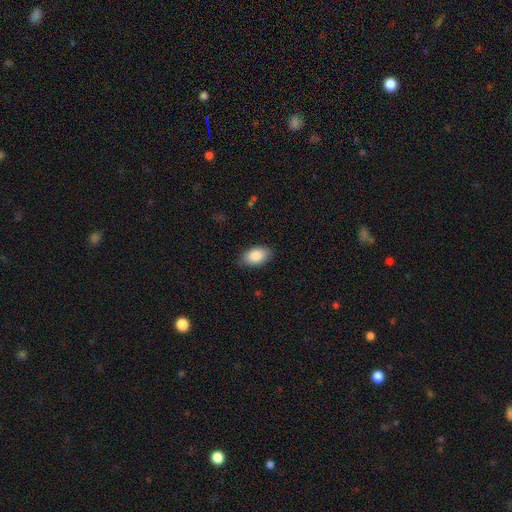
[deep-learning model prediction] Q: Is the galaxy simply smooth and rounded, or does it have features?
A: smooth — 87%.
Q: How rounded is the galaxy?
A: in between — 92%.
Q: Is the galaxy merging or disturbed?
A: none — 84%.